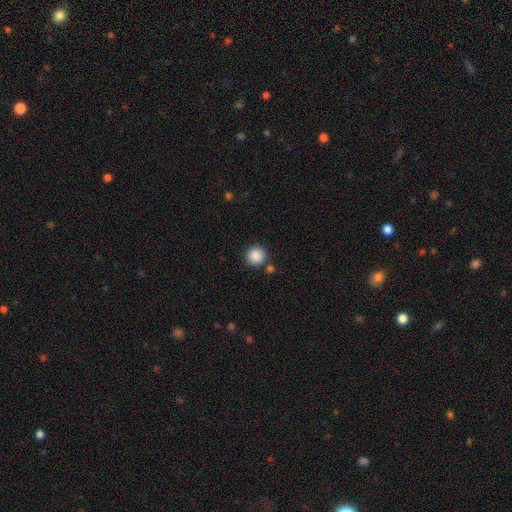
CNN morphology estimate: Smooth or featured? smooth (88%)
How rounded? round (93%)
Merging? none (85%)